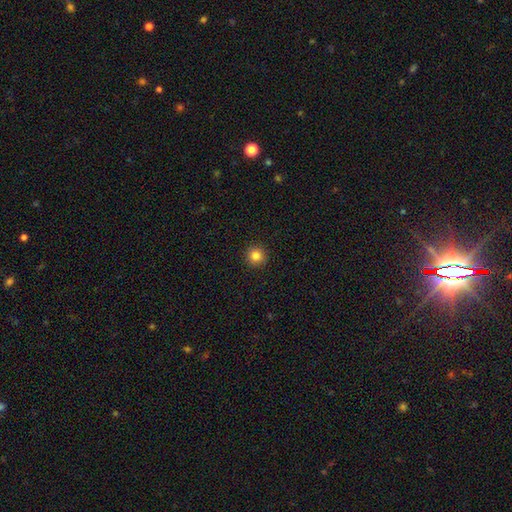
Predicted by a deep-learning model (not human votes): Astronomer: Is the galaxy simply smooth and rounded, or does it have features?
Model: smooth — 83%.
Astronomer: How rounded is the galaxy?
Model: round — 95%.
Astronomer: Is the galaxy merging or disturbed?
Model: none — 93%.